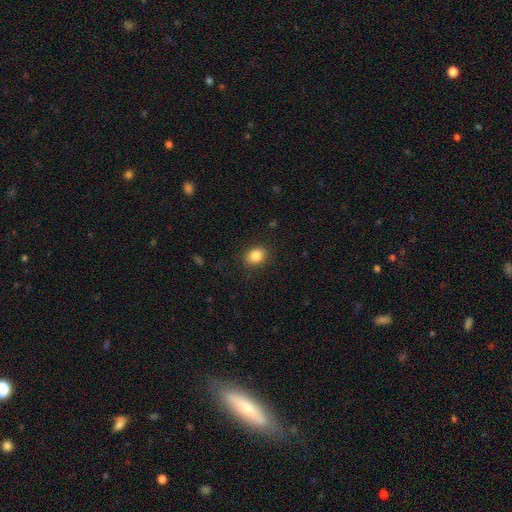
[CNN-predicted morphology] smooth_or_featured: smooth (p=0.85) [alt: star or artifact p=0.09]
how_rounded: in between (p=0.53) [alt: round p=0.46]
merging: none (p=0.87) [alt: minor disturbance p=0.09]